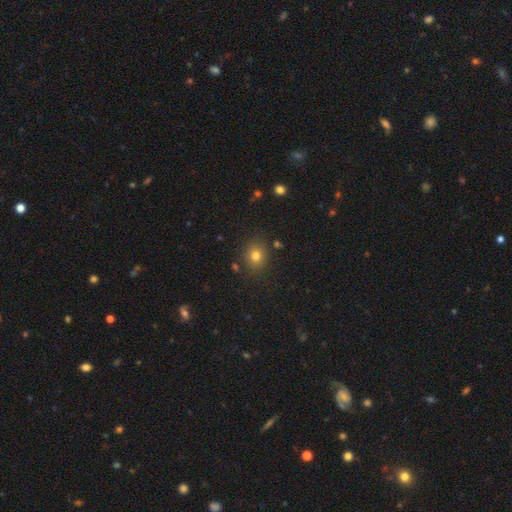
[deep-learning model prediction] Q: Smooth or featured?
A: smooth (77%); runner-up: star or artifact (15%)
Q: How rounded?
A: round (65%); runner-up: in between (34%)
Q: Merging?
A: none (84%); runner-up: minor disturbance (10%)